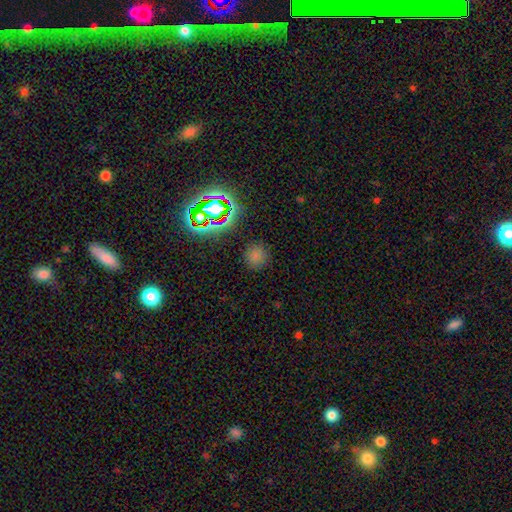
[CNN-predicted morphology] Smooth or featured? Predicted: smooth (p=0.68). How rounded? Predicted: round (p=0.89). Merging? Predicted: none (p=0.87).